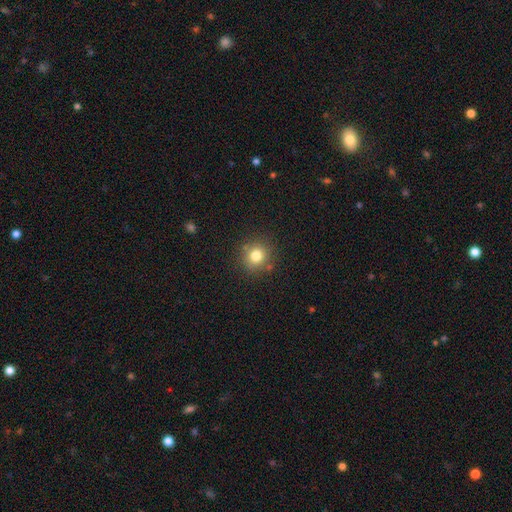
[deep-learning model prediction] Smooth or featured? smooth (64%)
How rounded? round (94%)
Merging? none (92%)